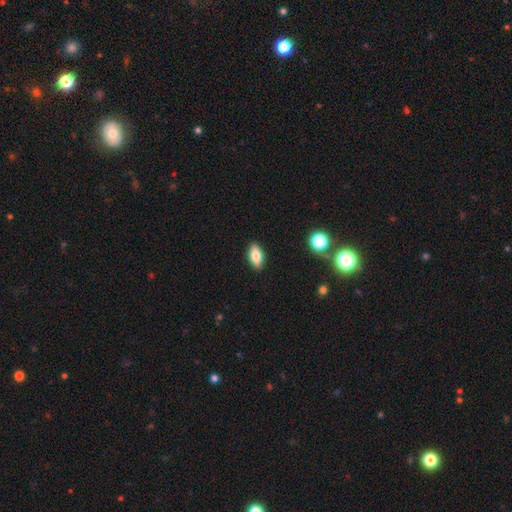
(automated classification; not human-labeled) Smooth or featured?
  - smooth: 76% *
  - featured or disk: 16%
  - star or artifact: 8%
How rounded?
  - in between: 87% *
  - cigar-shaped: 9%
  - round: 5%
Merging?
  - none: 89% *
  - minor disturbance: 8%
  - major disturbance: 2%
  - merger: 1%